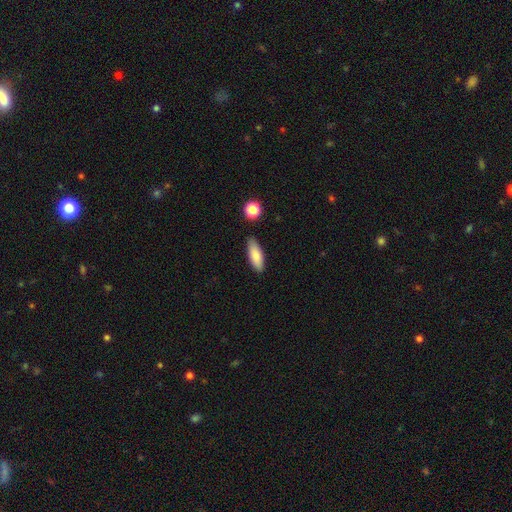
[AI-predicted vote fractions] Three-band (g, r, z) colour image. It shows a smooth galaxy with no disk features (84%) that is in between round and cigar-shaped (67%). Merging: none (85%).